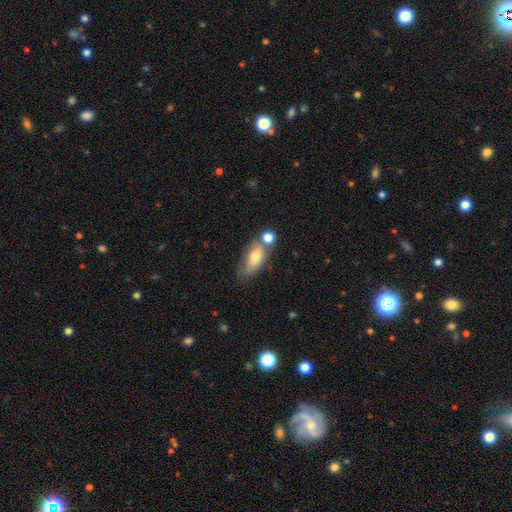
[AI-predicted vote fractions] A smooth galaxy with no disk features (70%) that is in between round and cigar-shaped (78%).

Vote fractions:
- Smooth or featured? smooth: 70% / featured or disk: 22% / star or artifact: 8%
- How rounded? in between: 78% / cigar-shaped: 15% / round: 7%
- Merging? none: 48% / merger: 25% / minor disturbance: 19% / major disturbance: 8%